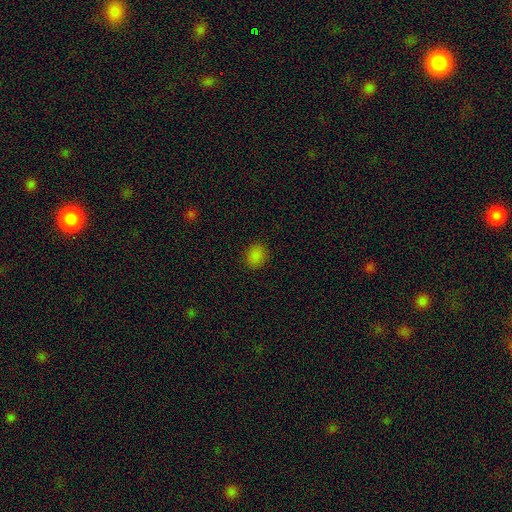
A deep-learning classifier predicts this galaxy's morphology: Smooth or featured?
  - smooth: 83% *
  - star or artifact: 13%
  - featured or disk: 3%
How rounded?
  - round: 61% *
  - in between: 38%
  - cigar-shaped: 1%
Merging?
  - none: 88% *
  - minor disturbance: 9%
  - major disturbance: 2%
  - merger: 1%